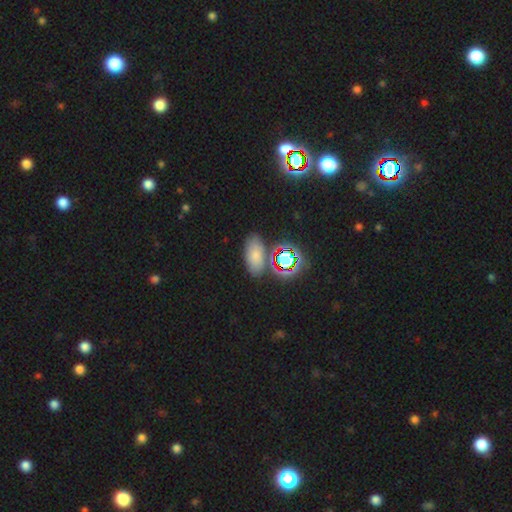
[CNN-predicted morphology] type=smooth (62%); roundness=in between (87%); merging=none (75%).